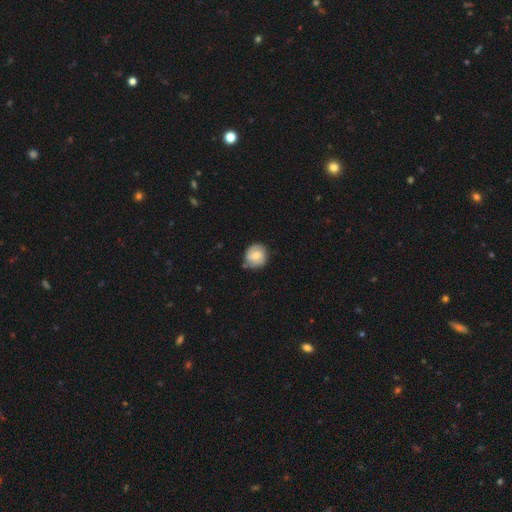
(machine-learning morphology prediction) This is possibly a smooth galaxy (55%). How rounded: clearly round (80%). Merging: likely none (71%).